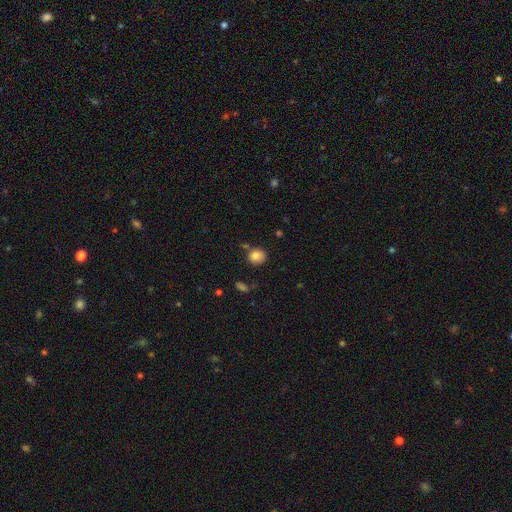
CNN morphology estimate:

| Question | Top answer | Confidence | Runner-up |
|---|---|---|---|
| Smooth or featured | smooth | 82% | star or artifact (10%) |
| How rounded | round | 83% | in between (16%) |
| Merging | none | 76% | minor disturbance (14%) |